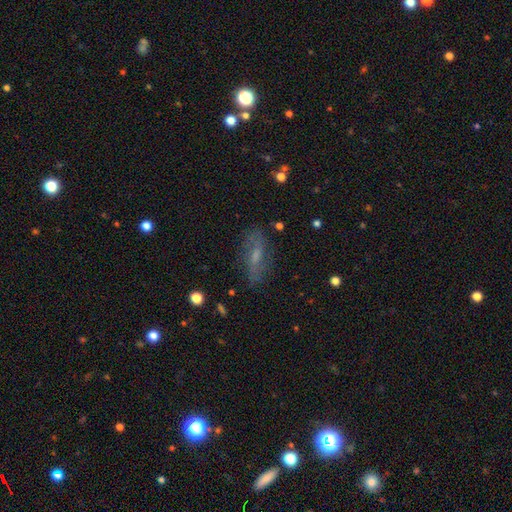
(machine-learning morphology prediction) smooth_or_featured: featured or disk (p=0.47) [alt: smooth p=0.41]
merging: none (p=0.76) [alt: minor disturbance p=0.16]